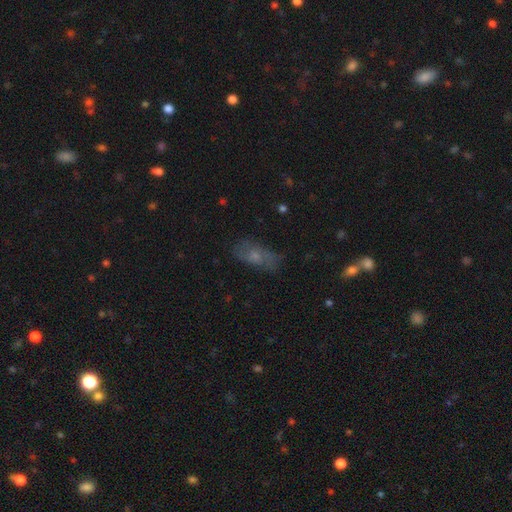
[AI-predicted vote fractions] A smooth galaxy with no disk features (51%) that is in between round and cigar-shaped (81%). Merging: none (66%).